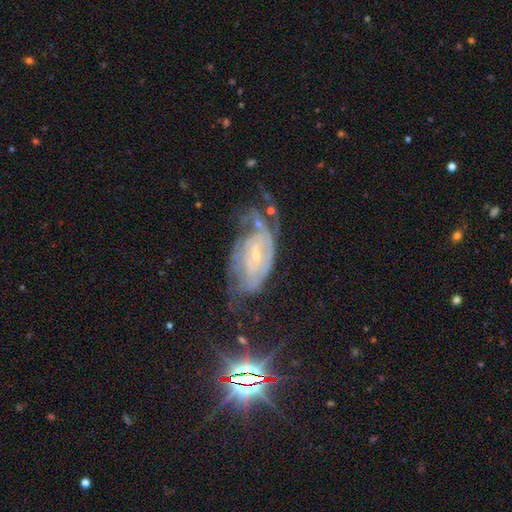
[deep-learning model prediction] Q: Smooth or featured?
A: featured or disk (78%); runner-up: star or artifact (12%)
Q: Edge-on disk?
A: no (94%); runner-up: yes (6%)
Q: Bar?
A: no (47%); runner-up: weak (39%)
Q: Spiral arms?
A: yes (89%); runner-up: no (11%)
Q: Spiral winding?
A: tight (61%); runner-up: medium (29%)
Q: Spiral arm count?
A: can't tell (48%); runner-up: 2 (24%)
Q: Bulge size?
A: small (79%); runner-up: moderate (15%)
Q: Merging?
A: none (43%); runner-up: minor disturbance (28%)